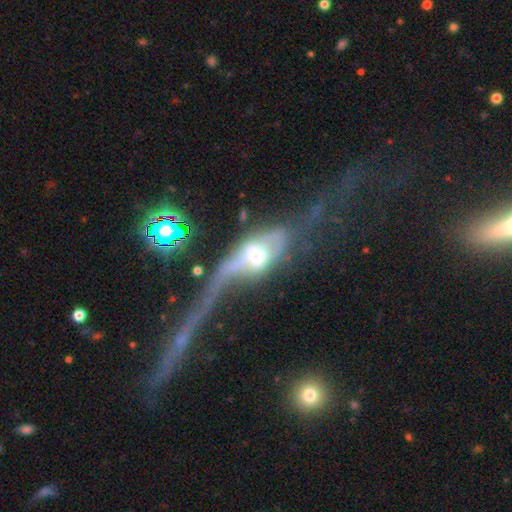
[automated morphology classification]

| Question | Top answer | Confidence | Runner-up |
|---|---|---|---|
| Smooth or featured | featured or disk | 61% | smooth (29%) |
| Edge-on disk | no | 74% | yes (26%) |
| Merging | major disturbance | 57% | merger (19%) |